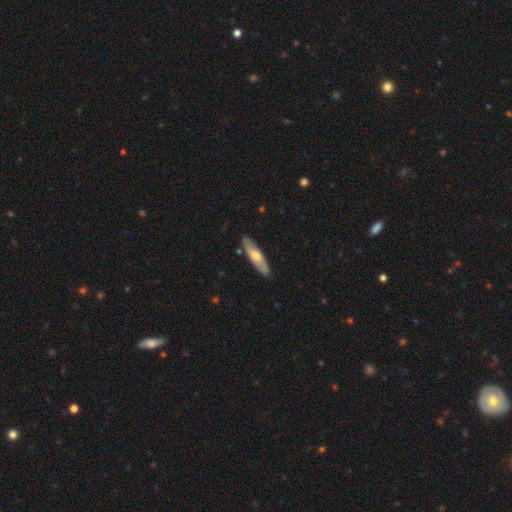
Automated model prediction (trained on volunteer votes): Smooth or featured? Predicted: smooth (p=0.52). How rounded? Predicted: cigar-shaped (p=0.68). Merging? Predicted: none (p=0.86).